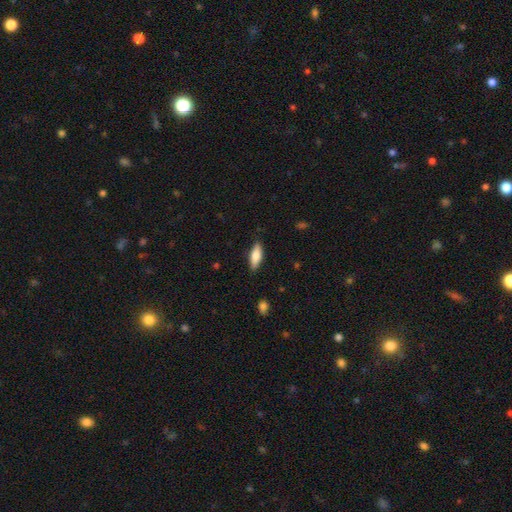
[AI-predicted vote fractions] A smooth galaxy with no disk features (73%) that is in between round and cigar-shaped (60%).

Vote fractions:
- Smooth or featured? smooth: 73% / featured or disk: 21% / star or artifact: 6%
- How rounded? in between: 60% / cigar-shaped: 38% / round: 2%
- Merging? none: 86% / minor disturbance: 11% / major disturbance: 2% / merger: 1%